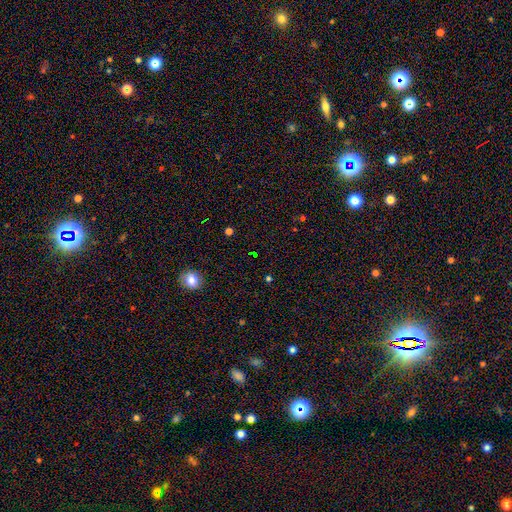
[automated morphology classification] Smooth or featured: star or artifact — 55% (smooth — 37%)